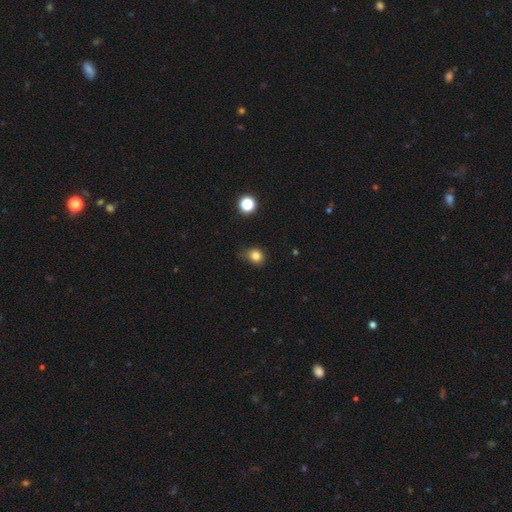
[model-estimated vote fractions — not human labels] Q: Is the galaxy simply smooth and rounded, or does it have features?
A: smooth — 81%.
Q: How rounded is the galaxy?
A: round — 70%.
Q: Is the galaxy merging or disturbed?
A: none — 61%.